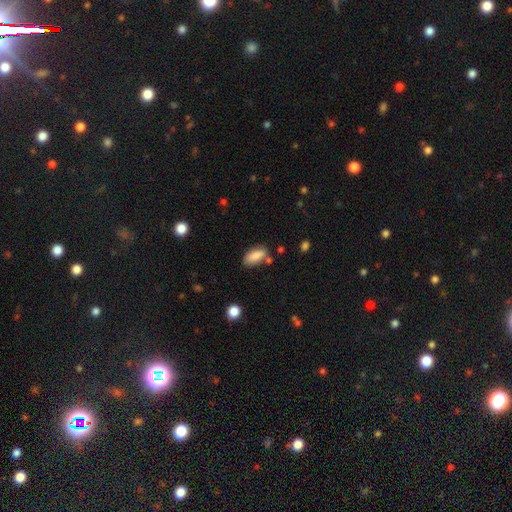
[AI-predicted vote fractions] smooth 85%, featured or disk 8%, star or artifact 7%. Down the decision tree: how rounded — in between (86%); merging — none (72%).